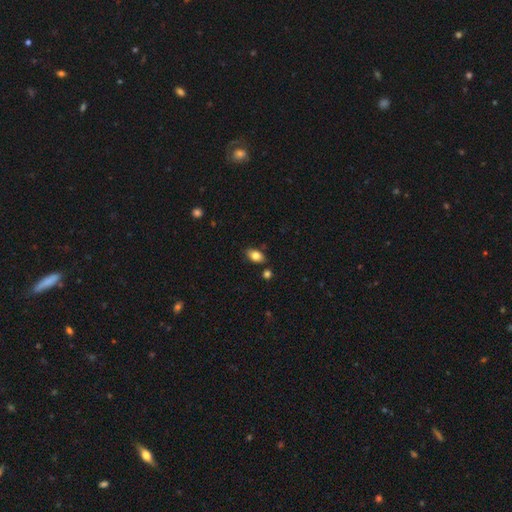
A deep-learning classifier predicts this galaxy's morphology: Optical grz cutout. It shows a smooth galaxy with no disk features (82%) that is in between round and cigar-shaped (90%). Merging: none (81%).